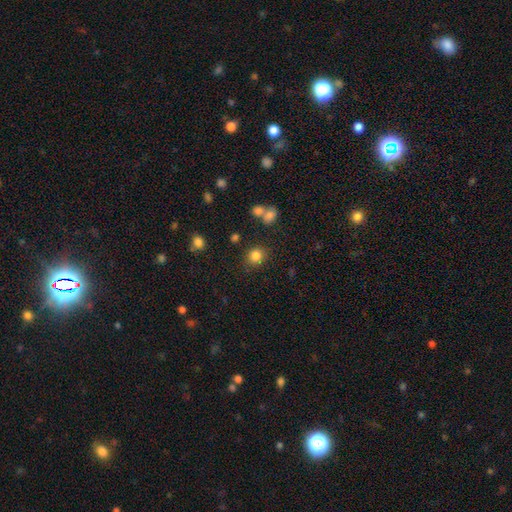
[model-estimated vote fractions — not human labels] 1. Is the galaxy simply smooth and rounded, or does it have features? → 83% smooth, 12% star or artifact, 5% featured or disk.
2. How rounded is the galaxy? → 79% round, 20% in between, 1% cigar-shaped.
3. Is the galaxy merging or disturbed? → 82% none, 10% minor disturbance, 5% merger, 4% major disturbance.